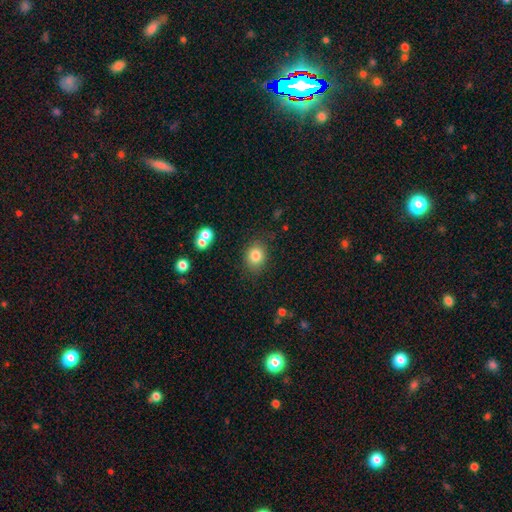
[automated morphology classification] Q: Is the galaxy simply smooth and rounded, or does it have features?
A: smooth — 82%.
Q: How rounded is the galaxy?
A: round — 55%.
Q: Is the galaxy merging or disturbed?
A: none — 81%.